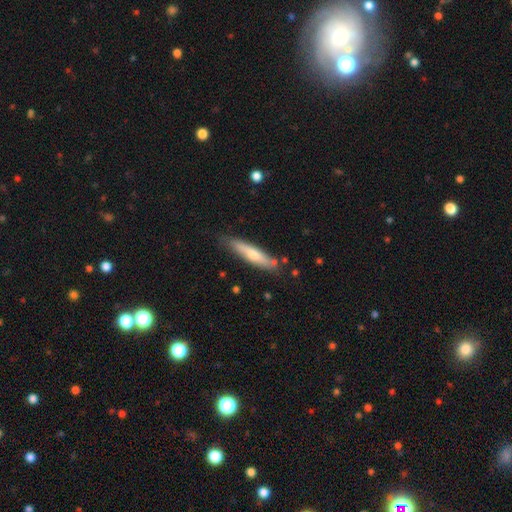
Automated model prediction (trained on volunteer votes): Smooth or featured?
  - smooth: 64% *
  - featured or disk: 30%
  - star or artifact: 5%
How rounded?
  - cigar-shaped: 81% *
  - in between: 17%
  - round: 1%
Merging?
  - none: 76% *
  - minor disturbance: 17%
  - merger: 4%
  - major disturbance: 3%